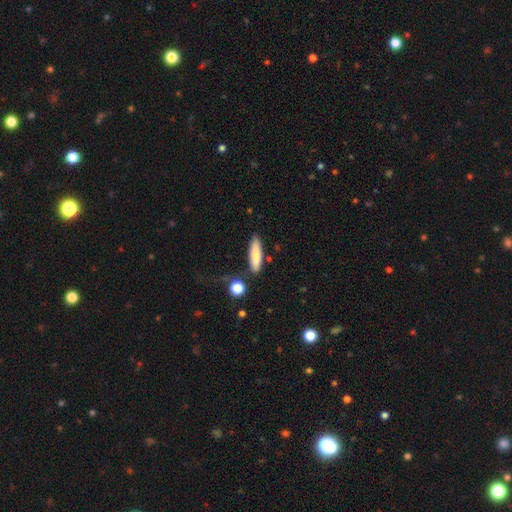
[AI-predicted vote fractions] Smooth or featured: smooth — 82% (featured or disk — 11%)
How rounded: cigar-shaped — 62% (in between — 36%)
Merging: none — 77% (minor disturbance — 14%)